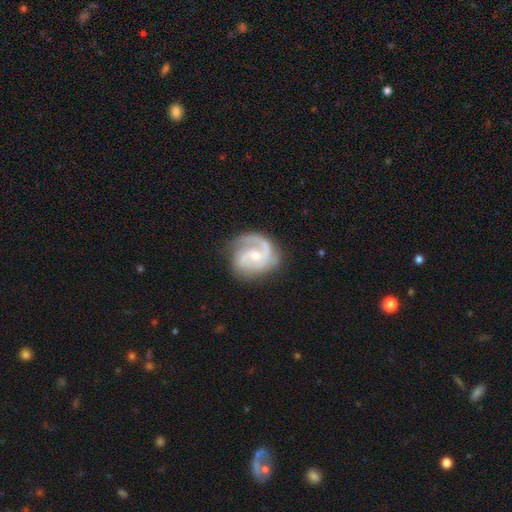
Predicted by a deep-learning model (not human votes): A featured or disk galaxy (87%) with no bar (51%), 2 (62%) medium (48%) spiral arms (97%) and a small central bulge (51%).

Vote fractions:
- Smooth or featured? featured or disk: 87% / smooth: 9% / star or artifact: 5%
- Edge-on disk? no: 98% / yes: 2%
- Bar? no: 51% / weak: 42% / strong: 8%
- Spiral arms? yes: 97% / no: 3%
- Spiral winding? medium: 48% / tight: 35% / loose: 17%
- Spiral arm count? 2: 62% / 1: 18% / 3: 9% / can't tell: 8% / 4: 2% / more than 4: 2%
- Bulge size? small: 51% / moderate: 41% / none: 4% / large: 2% / dominant: 1%
- Merging? none: 68% / minor disturbance: 19% / major disturbance: 11% / merger: 2%